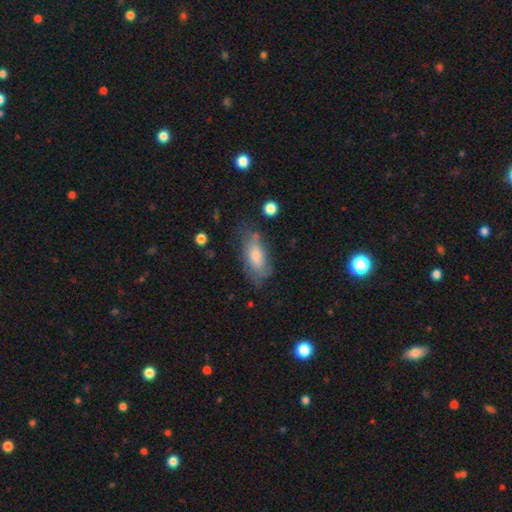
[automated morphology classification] A smooth galaxy with no disk features (64%) that is in between round and cigar-shaped (82%). Merging: none (59%).